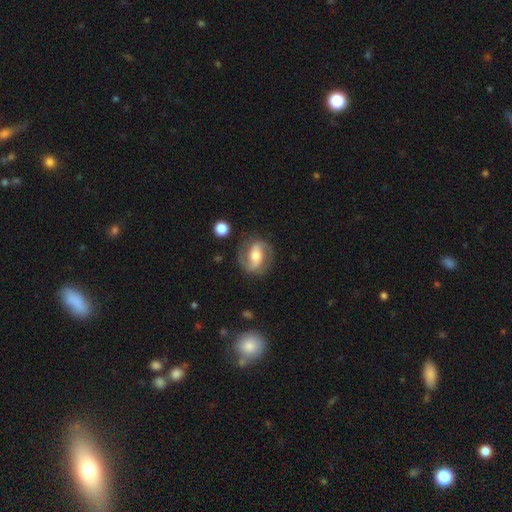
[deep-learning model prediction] smooth-or-featured: featured or disk: 80% | smooth: 14% | star or artifact: 6%
  disk-edge-on: no: 97% | yes: 3%
    bar: strong: 43% | weak: 34% | no: 23%
    has-spiral-arms: yes: 92% | no: 8%
      spiral-winding: medium: 49% | loose: 26% | tight: 25%
      spiral-arm-count: 2: 91% | can't tell: 4% | 1: 2% | 3: 1% | 4: 1% | more than 4: 1%
    bulge-size: moderate: 64% | small: 21% | large: 12% | none: 2% | dominant: 2%
  merging: none: 81% | minor disturbance: 12% | major disturbance: 5% | merger: 2%